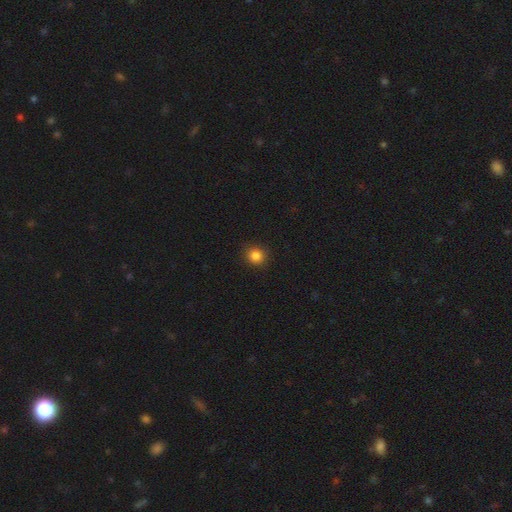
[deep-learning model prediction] Smooth or featured? smooth (84%)
How rounded? round (88%)
Merging? none (89%)